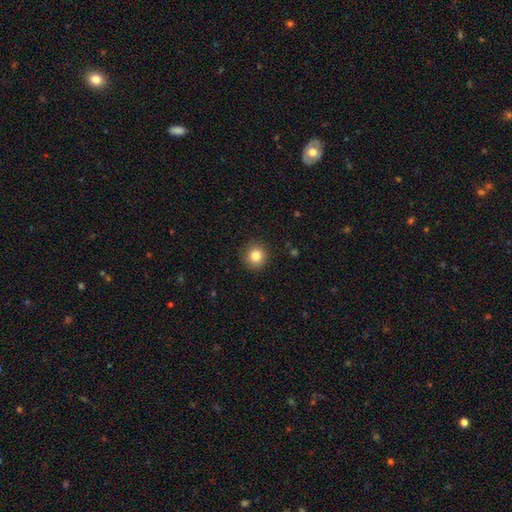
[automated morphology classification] Overall: smooth (84%). How rounded: round (92%). Merging: none (91%).